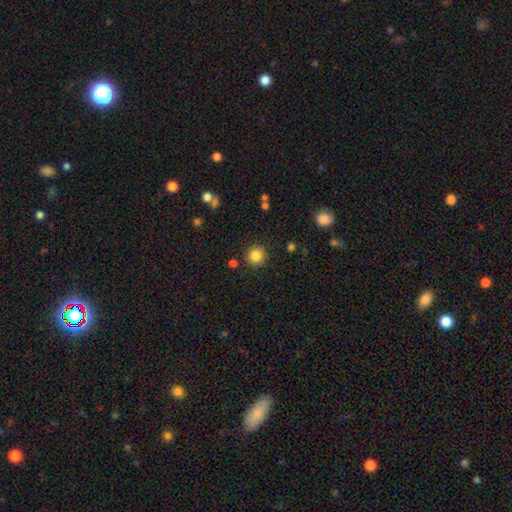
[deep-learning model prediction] Smooth or featured? Predicted: smooth (p=0.84). How rounded? Predicted: round (p=0.94). Merging? Predicted: none (p=0.90).